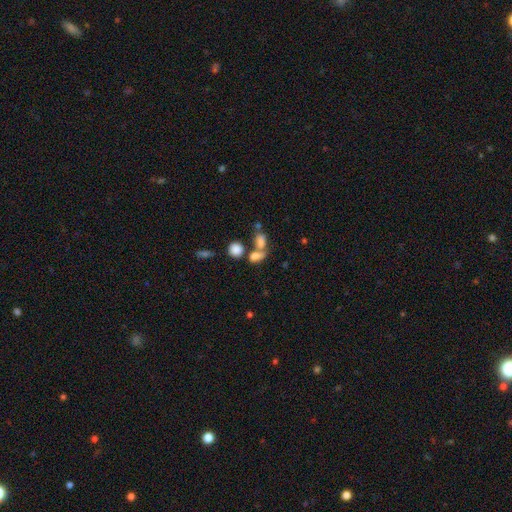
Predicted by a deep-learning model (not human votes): This is likely a smooth galaxy (76%). How rounded: likely in between (67%). Merging: possibly merger (51%).